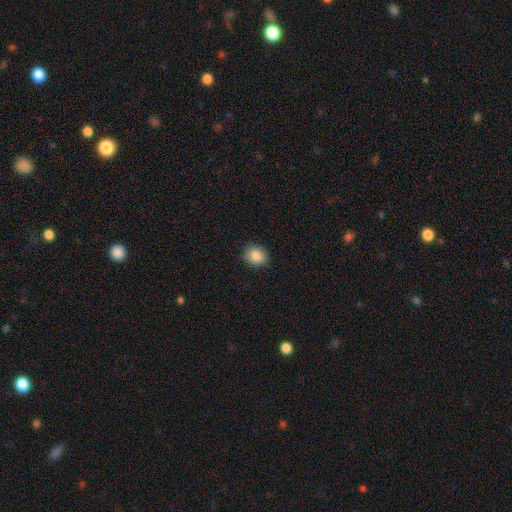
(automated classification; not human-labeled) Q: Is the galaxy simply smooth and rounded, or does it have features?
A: smooth — 86%.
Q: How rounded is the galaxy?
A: round — 62%.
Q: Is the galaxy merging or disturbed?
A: none — 87%.